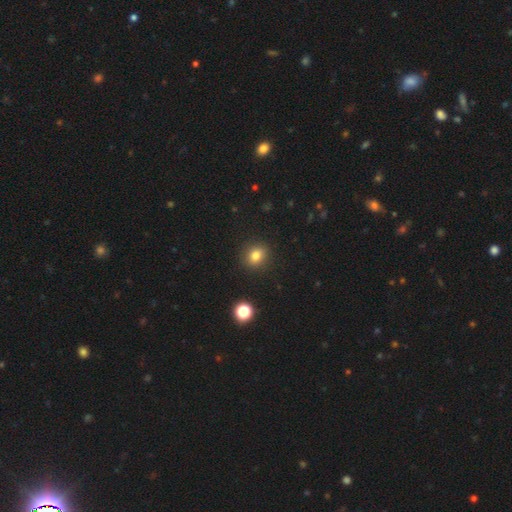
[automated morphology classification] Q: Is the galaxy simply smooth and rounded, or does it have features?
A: smooth — 80%.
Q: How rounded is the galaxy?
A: round — 76%.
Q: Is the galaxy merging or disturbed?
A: none — 90%.